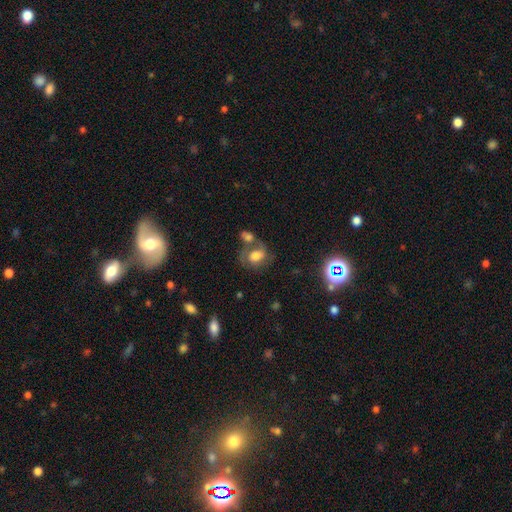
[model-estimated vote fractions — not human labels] smooth_or_featured: smooth (p=0.46) [alt: featured or disk p=0.42]
merging: none (p=0.35) [tied with: merger p=0.35]